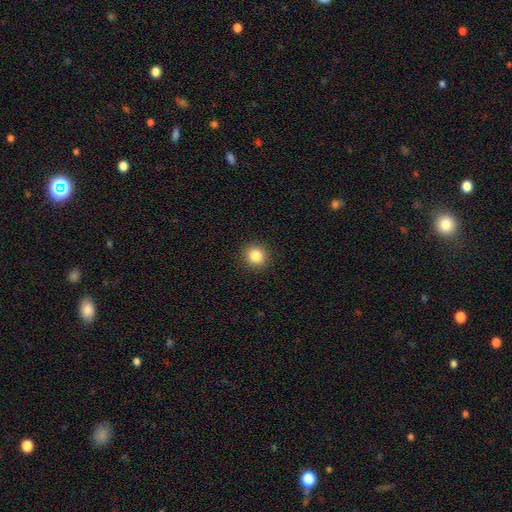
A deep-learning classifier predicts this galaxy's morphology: A smooth galaxy with no disk features (84%) that is round (91%).

Vote fractions:
- Smooth or featured? smooth: 84% / star or artifact: 11% / featured or disk: 5%
- How rounded? round: 91% / in between: 8% / cigar-shaped: 1%
- Merging? none: 92% / minor disturbance: 5% / major disturbance: 2% / merger: 1%